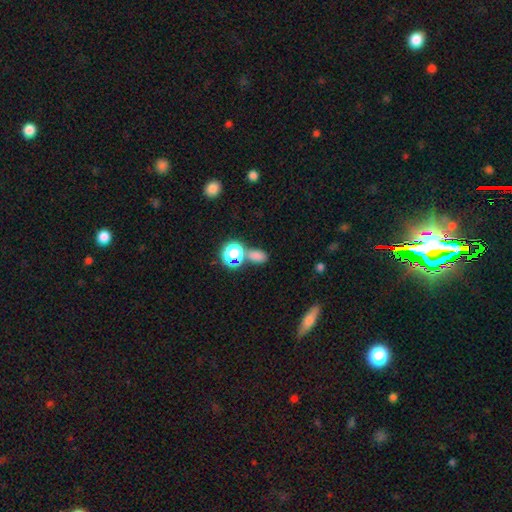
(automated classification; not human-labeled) Smooth or featured: smooth — 70% (star or artifact — 23%)
How rounded: in between — 74% (round — 24%)
Merging: none — 62% (merger — 22%)